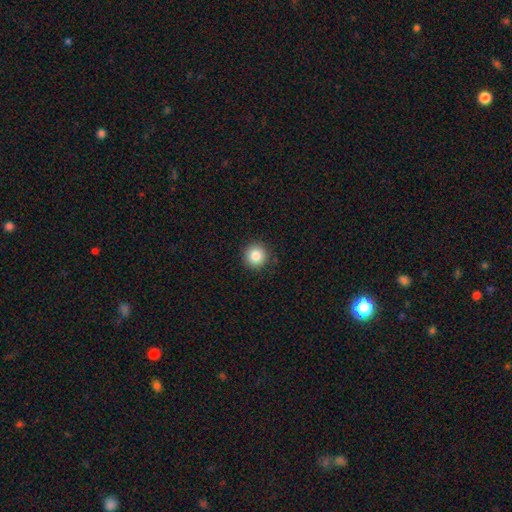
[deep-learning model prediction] Smooth or featured? Predicted: smooth (p=0.85). How rounded? Predicted: round (p=0.95). Merging? Predicted: none (p=0.91).